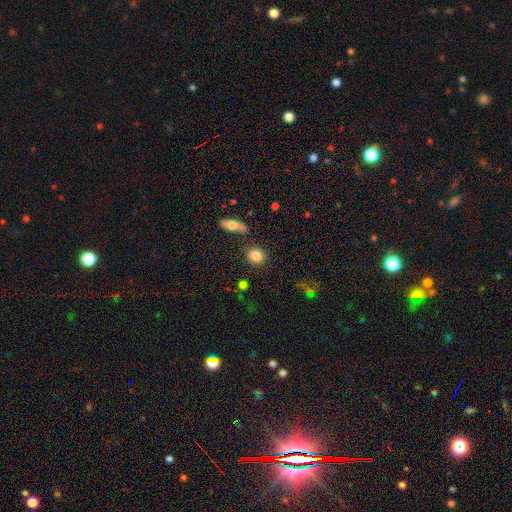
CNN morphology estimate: A smooth galaxy with no disk features (84%) that is round (71%). Merging: none (80%).